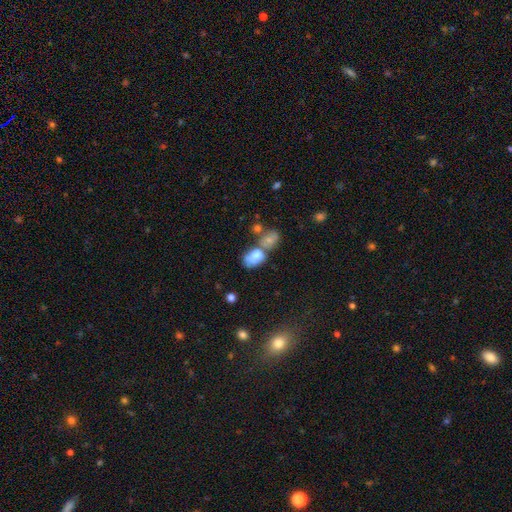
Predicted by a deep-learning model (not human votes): A smooth galaxy with no disk features (68%) that is in between round and cigar-shaped (82%). Merging: merger (52%).